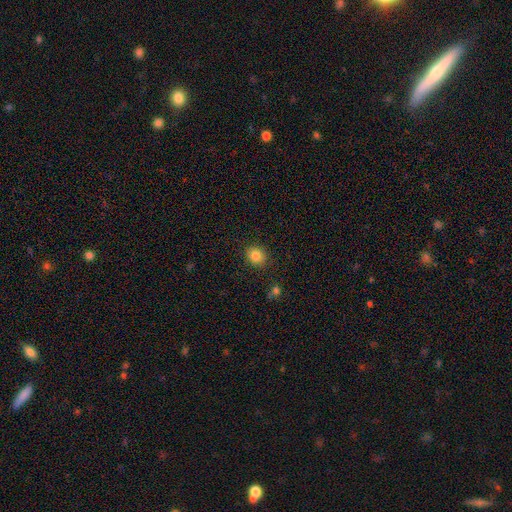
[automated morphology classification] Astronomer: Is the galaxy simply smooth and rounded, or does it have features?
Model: smooth — 84%.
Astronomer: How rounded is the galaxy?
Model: round — 74%.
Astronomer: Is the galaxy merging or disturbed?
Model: none — 89%.